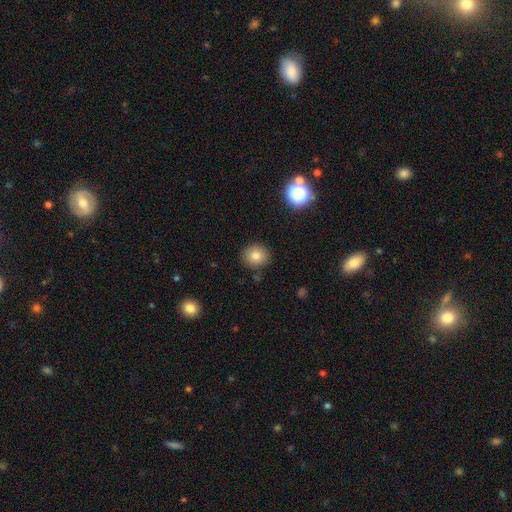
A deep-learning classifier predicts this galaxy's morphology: The model was most divided on "how rounded": round: 82%, in between: 17%, cigar-shaped: 1%. More confident: merging — none (88%); smooth or featured — smooth (80%).